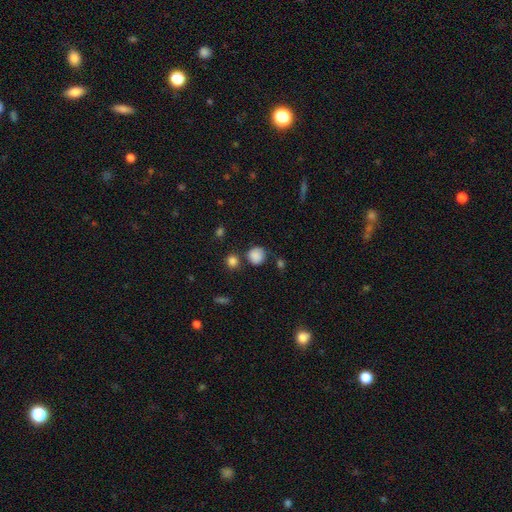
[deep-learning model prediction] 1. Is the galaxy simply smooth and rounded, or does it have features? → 84% smooth, 10% star or artifact, 6% featured or disk.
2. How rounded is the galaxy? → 87% round, 12% in between, 1% cigar-shaped.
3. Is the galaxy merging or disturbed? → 66% none, 17% minor disturbance, 10% merger, 6% major disturbance.